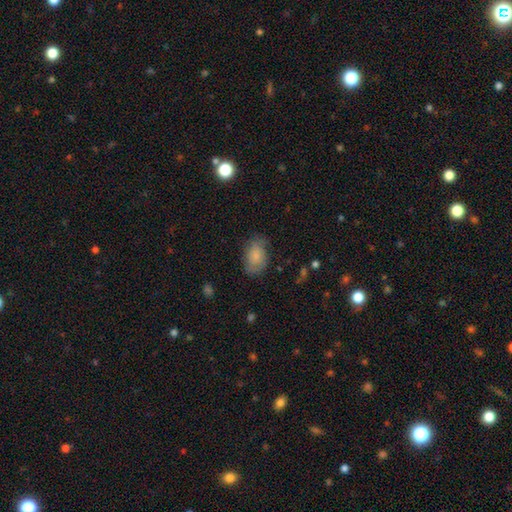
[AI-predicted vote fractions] Smooth or featured? smooth (80%)
How rounded? in between (88%)
Merging? none (72%)